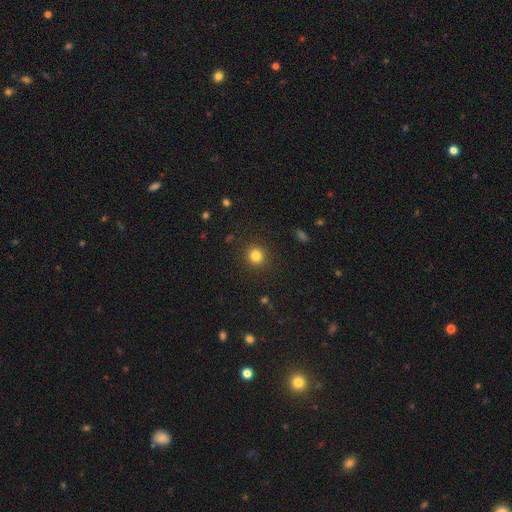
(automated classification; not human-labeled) This is clearly a smooth galaxy (82%). How rounded: clearly round (89%). Merging: clearly none (90%).